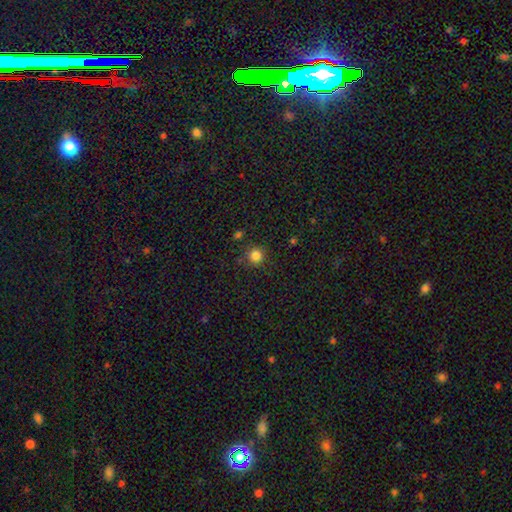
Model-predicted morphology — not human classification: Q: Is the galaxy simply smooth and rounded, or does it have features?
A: smooth — 83%.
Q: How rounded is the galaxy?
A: round — 94%.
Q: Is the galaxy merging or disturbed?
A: none — 85%.